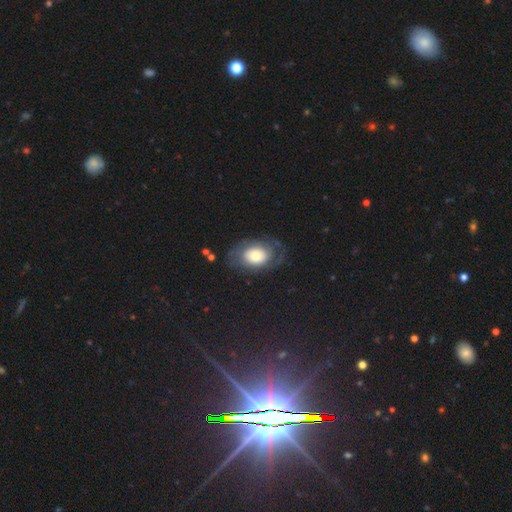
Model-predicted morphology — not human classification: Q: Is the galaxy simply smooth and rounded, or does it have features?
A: featured or disk — 47%.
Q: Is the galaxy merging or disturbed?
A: none — 63%.